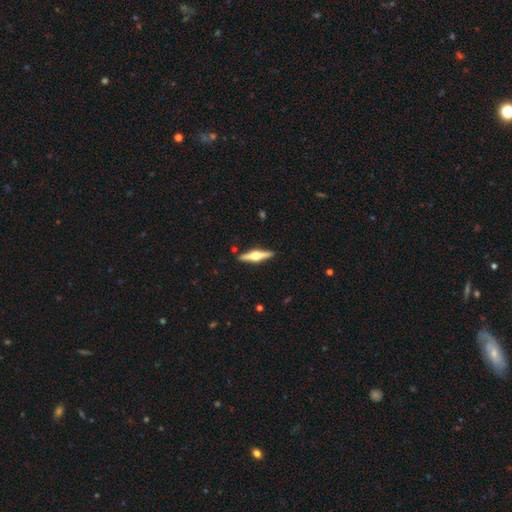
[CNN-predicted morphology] Overall: featured or disk (75%). Edge-on disk: yes (98%). Edge-on bulge: rounded (96%). Merging: none (90%).